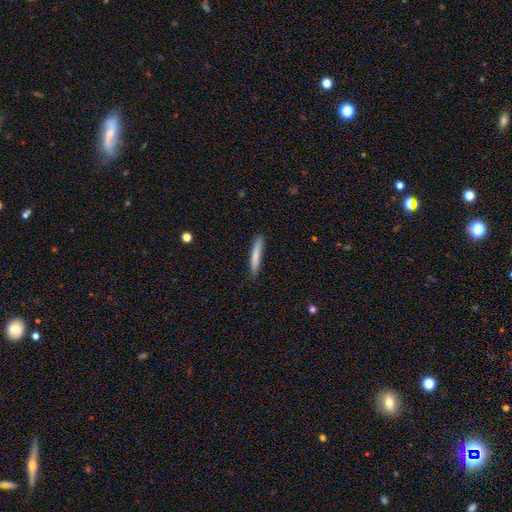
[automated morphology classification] smooth_or_featured: smooth (p=0.81) [alt: featured or disk p=0.13]
how_rounded: cigar-shaped (p=0.93) [alt: in between p=0.06]
merging: none (p=0.85) [alt: minor disturbance p=0.12]